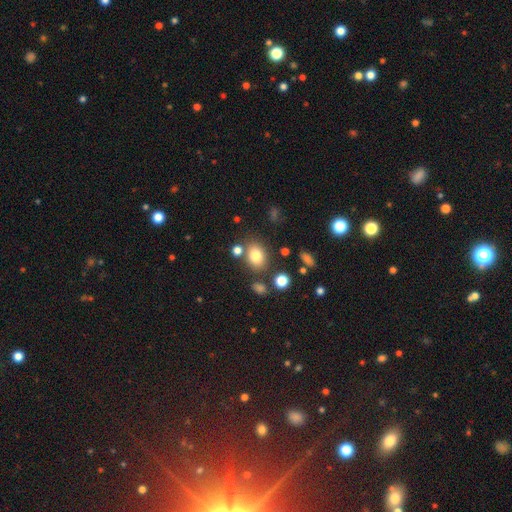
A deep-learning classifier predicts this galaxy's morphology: smooth-or-featured: smooth: 79% | star or artifact: 12% | featured or disk: 9%
  how-rounded: in between: 57% | round: 42% | cigar-shaped: 1%
  merging: none: 74% | minor disturbance: 12% | merger: 9% | major disturbance: 5%